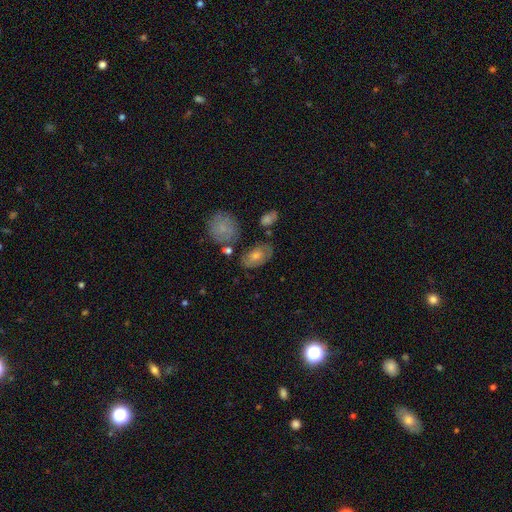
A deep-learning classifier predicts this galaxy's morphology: Smooth or featured? smooth (55%)
How rounded? in between (82%)
Merging? none (70%)